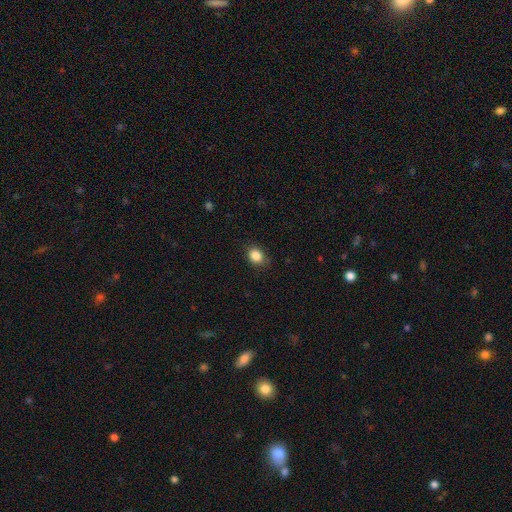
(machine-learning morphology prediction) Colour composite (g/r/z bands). It shows a smooth galaxy with no disk features (86%) that is round (55%). Merging: none (83%).